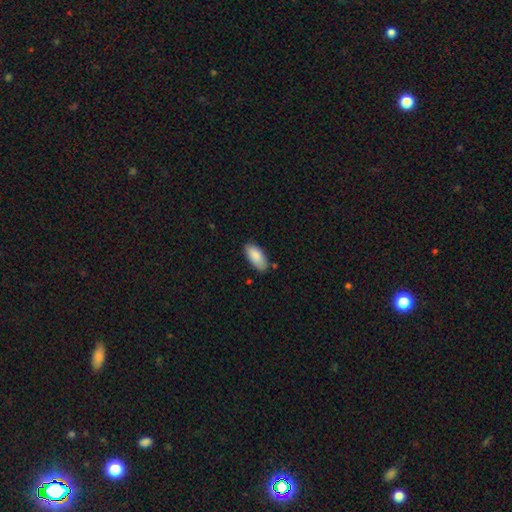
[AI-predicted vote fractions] A smooth galaxy with no disk features (87%) that is in between round and cigar-shaped (91%). Merging: none (80%).